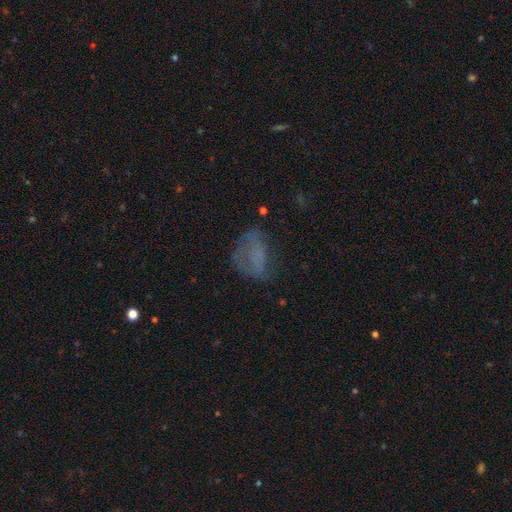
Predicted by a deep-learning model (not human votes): Q: Smooth or featured?
A: smooth (52%); runner-up: featured or disk (28%)
Q: How rounded?
A: in between (79%); runner-up: round (15%)
Q: Merging?
A: none (44%); runner-up: major disturbance (29%)